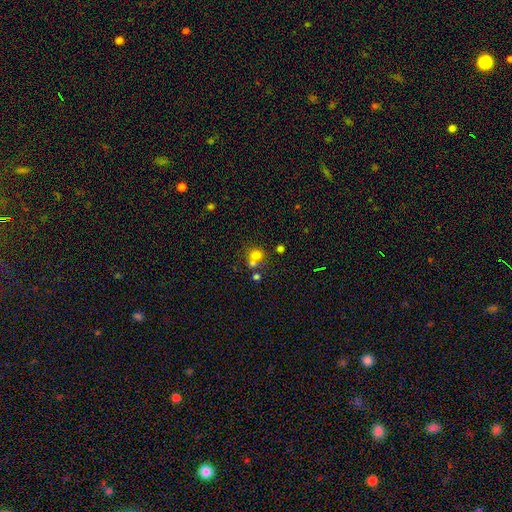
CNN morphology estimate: A smooth galaxy with no disk features (71%) that is round (80%). Merging: none (52%).